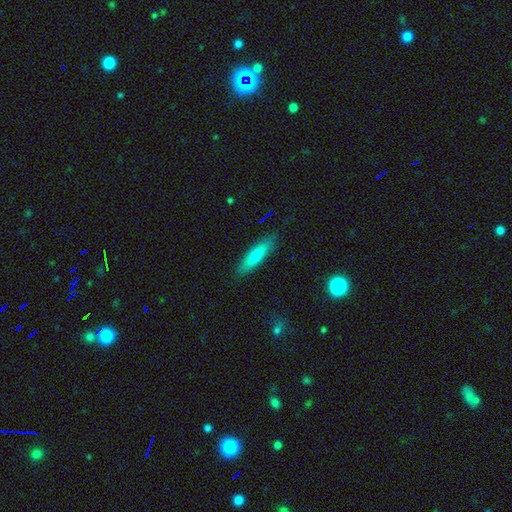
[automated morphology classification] Smooth or featured?
  - smooth: 79% *
  - featured or disk: 14%
  - star or artifact: 6%
How rounded?
  - cigar-shaped: 77% *
  - in between: 21%
  - round: 1%
Merging?
  - none: 87% *
  - minor disturbance: 10%
  - major disturbance: 2%
  - merger: 1%